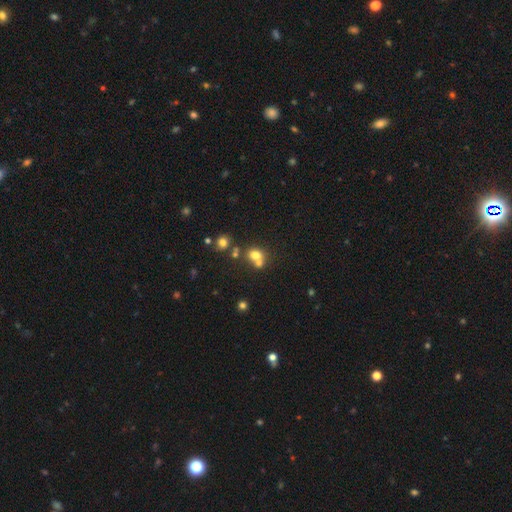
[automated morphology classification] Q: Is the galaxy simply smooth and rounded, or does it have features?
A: smooth — 71%.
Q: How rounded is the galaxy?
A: round — 69%.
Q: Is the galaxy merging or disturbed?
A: merger — 47%.